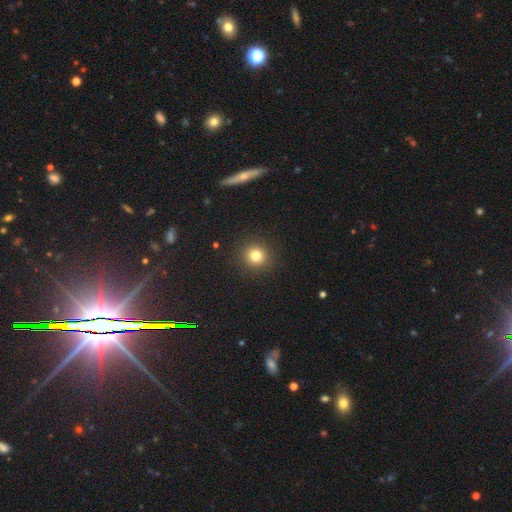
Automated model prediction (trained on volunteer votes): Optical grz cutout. It shows a smooth galaxy with no disk features (80%) that is round (92%). Merging: none (92%).